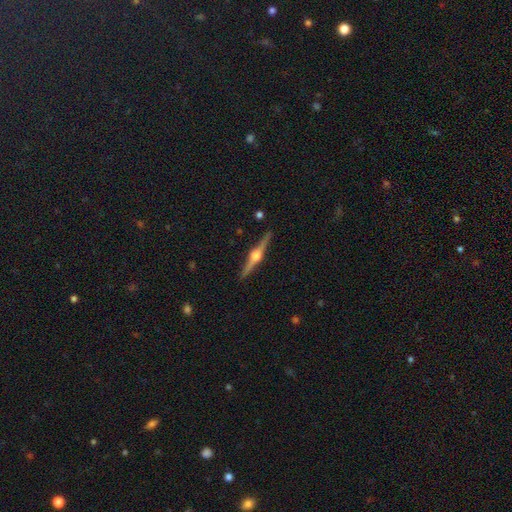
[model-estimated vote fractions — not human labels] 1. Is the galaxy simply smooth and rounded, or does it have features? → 85% featured or disk, 9% smooth, 5% star or artifact.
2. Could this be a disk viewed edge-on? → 99% yes, 1% no.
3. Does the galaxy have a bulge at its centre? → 96% rounded, 3% boxy, 1% none.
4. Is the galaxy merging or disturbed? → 91% none, 6% minor disturbance, 1% major disturbance, 1% merger.